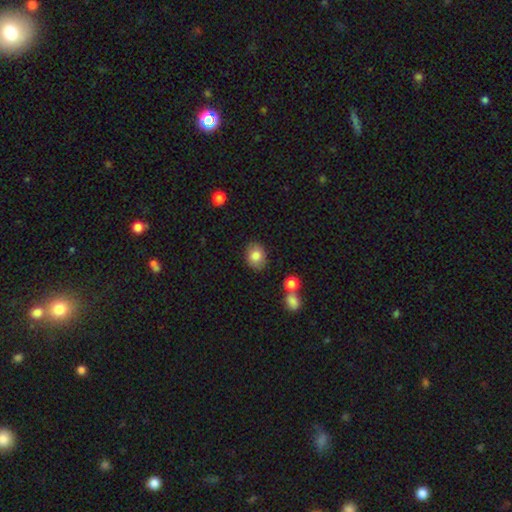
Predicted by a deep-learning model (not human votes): smooth-or-featured: smooth: 82% | featured or disk: 10% | star or artifact: 8%
  how-rounded: in between: 53% | round: 46% | cigar-shaped: 1%
  merging: none: 82% | minor disturbance: 12% | merger: 3% | major disturbance: 3%